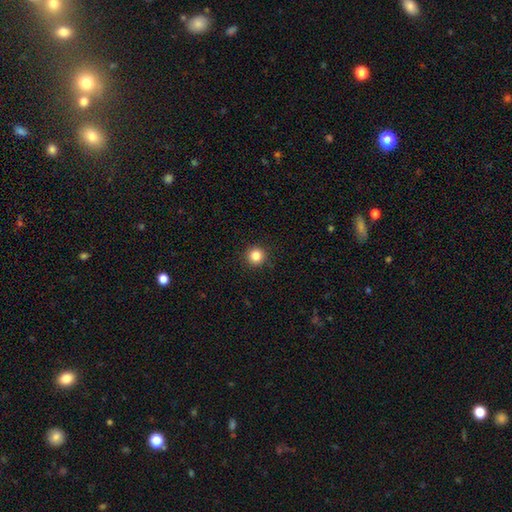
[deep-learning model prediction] This appears to be a smooth galaxy with no disk features (85%) that is round (95%). Merging: none (93%).